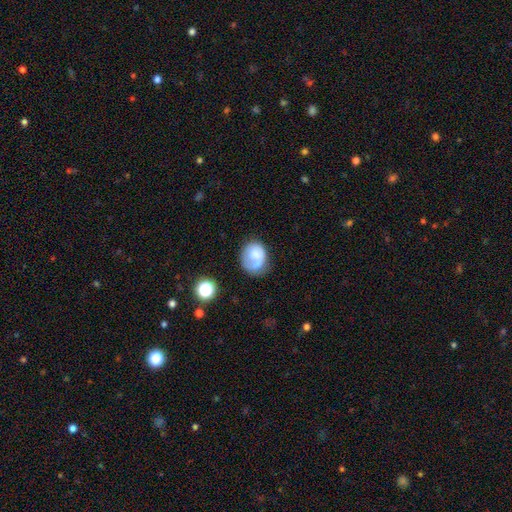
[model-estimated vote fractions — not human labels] smooth 62%, featured or disk 29%, star or artifact 9%. Down the decision tree: how rounded — round (58%); merging — none (39%).